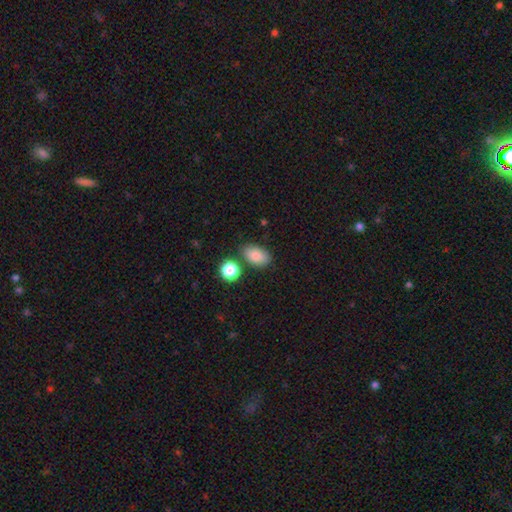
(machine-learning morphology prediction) type=smooth (85%); roundness=in between (88%); merging=none (74%).